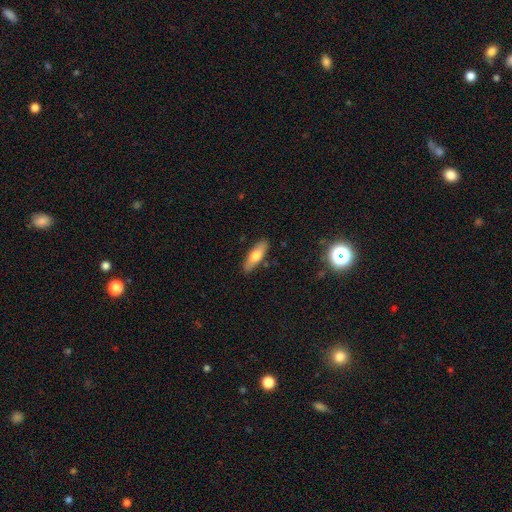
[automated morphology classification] This appears to be a smooth galaxy with no disk features (69%) that is in between round and cigar-shaped (51%). Merging: none (86%).